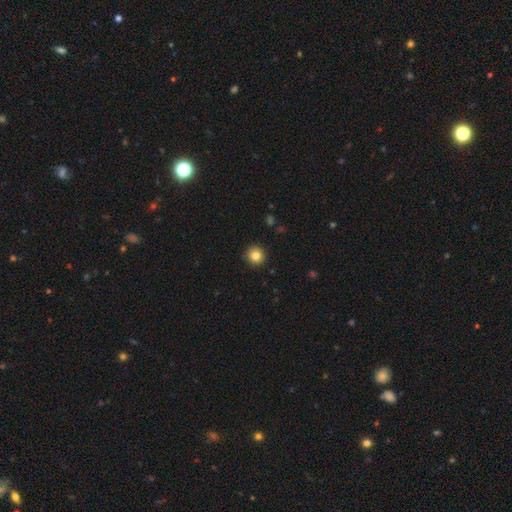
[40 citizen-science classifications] Smooth or featured?
  - smooth: 90% *
  - star or artifact: 8%
  - featured or disk: 2%
How rounded?
  - round: 97% *
  - cigar-shaped: 3%
  - in between: 0%
Merging?
  - none: 97% *
  - major disturbance: 3%
  - minor disturbance: 0%
  - merger: 0%